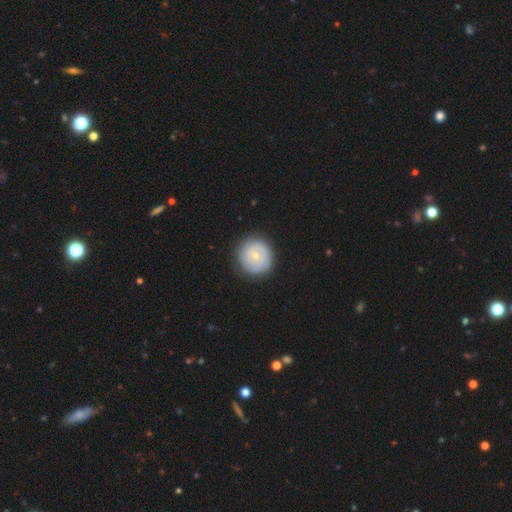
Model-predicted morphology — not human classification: Overall: featured or disk (55%; smooth 39%). Edge-on disk: no (97%). Bar: no (78%). Spiral arms: yes (63%; no 37%). Bulge size: small (54%; moderate 42%). Merging: none (83%).